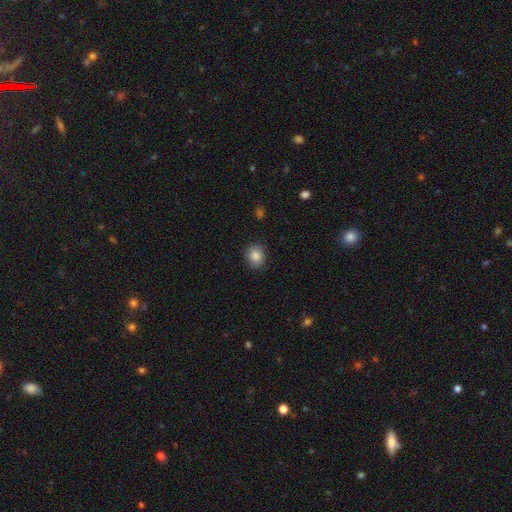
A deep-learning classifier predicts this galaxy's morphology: Smooth or featured? Predicted: smooth (p=0.86). How rounded? Predicted: round (p=0.74). Merging? Predicted: none (p=0.86).